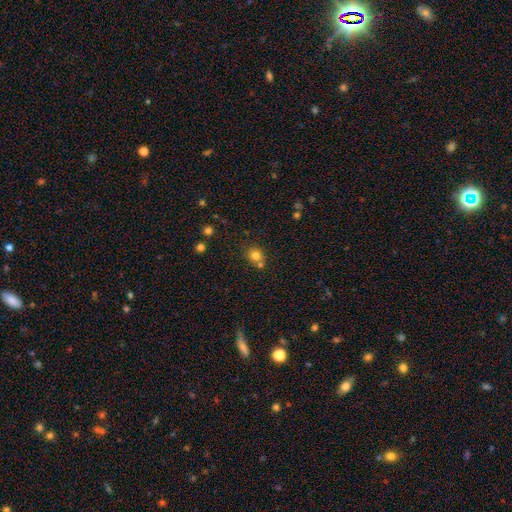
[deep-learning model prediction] smooth-or-featured: smooth: 79% | star or artifact: 13% | featured or disk: 8%
  how-rounded: round: 81% | in between: 18% | cigar-shaped: 1%
  merging: none: 64% | merger: 24% | minor disturbance: 10% | major disturbance: 3%